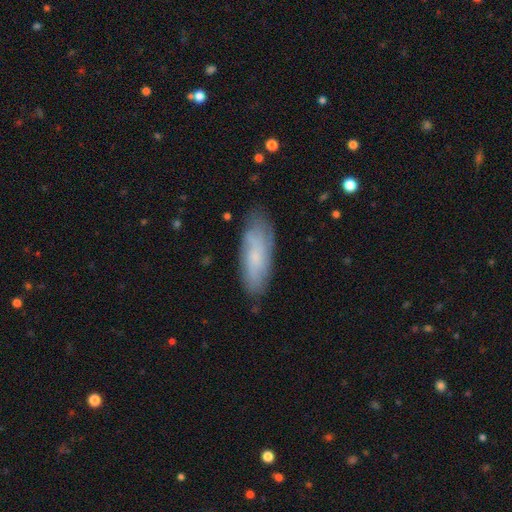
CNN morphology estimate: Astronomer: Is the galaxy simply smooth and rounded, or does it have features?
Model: smooth — 52% (runner-up: featured or disk, 41%).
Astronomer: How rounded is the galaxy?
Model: in between — 64%.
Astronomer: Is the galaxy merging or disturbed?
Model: none — 77%.